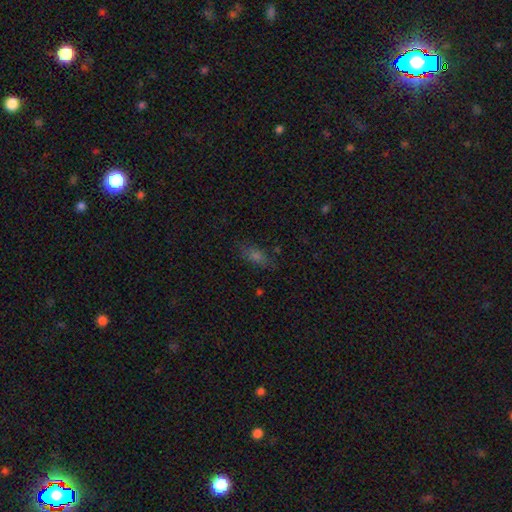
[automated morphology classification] Smooth or featured?
  - smooth: 58% *
  - star or artifact: 23%
  - featured or disk: 19%
How rounded?
  - in between: 69% *
  - cigar-shaped: 22%
  - round: 9%
Merging?
  - none: 80% *
  - minor disturbance: 14%
  - major disturbance: 4%
  - merger: 2%